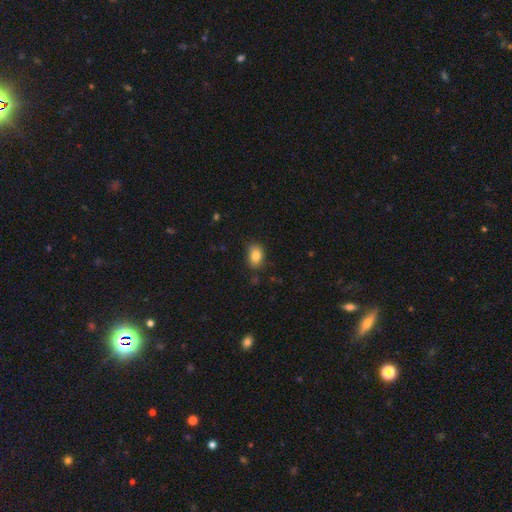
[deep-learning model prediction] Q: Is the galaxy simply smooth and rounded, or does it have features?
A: smooth — 83%.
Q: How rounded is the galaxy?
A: in between — 78%.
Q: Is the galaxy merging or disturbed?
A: none — 77%.